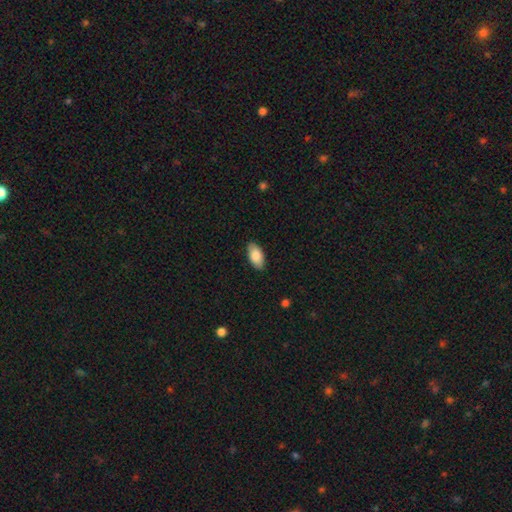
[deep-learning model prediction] smooth_or_featured: smooth (p=0.87) [alt: featured or disk p=0.07]
how_rounded: in between (p=0.94) [alt: cigar-shaped p=0.04]
merging: none (p=0.87) [alt: minor disturbance p=0.10]